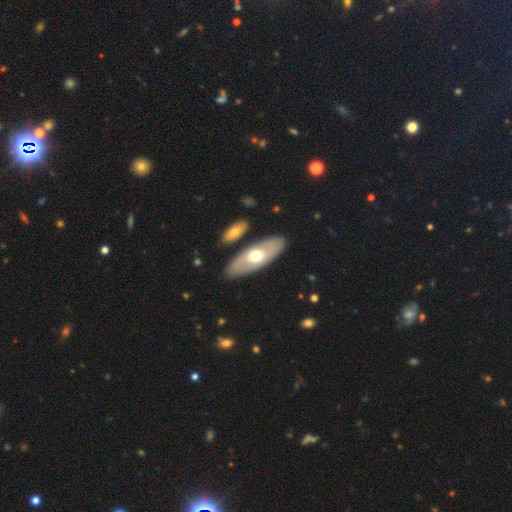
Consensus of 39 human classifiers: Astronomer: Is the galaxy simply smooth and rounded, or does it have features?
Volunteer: featured or disk — 64%.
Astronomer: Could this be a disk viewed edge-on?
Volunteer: yes — 56% (runner-up: no, 44%).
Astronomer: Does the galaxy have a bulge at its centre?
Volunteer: rounded — 93%.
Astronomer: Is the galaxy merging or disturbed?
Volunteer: none — 81%.